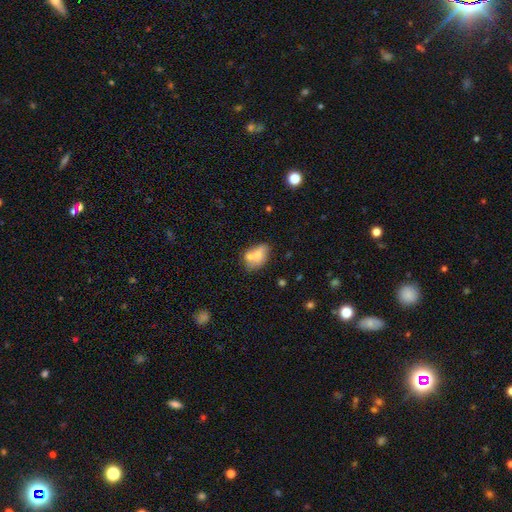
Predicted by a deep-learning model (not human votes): This is likely a smooth galaxy (63%). How rounded: likely in between (79%). Merging: possibly merger (45%).